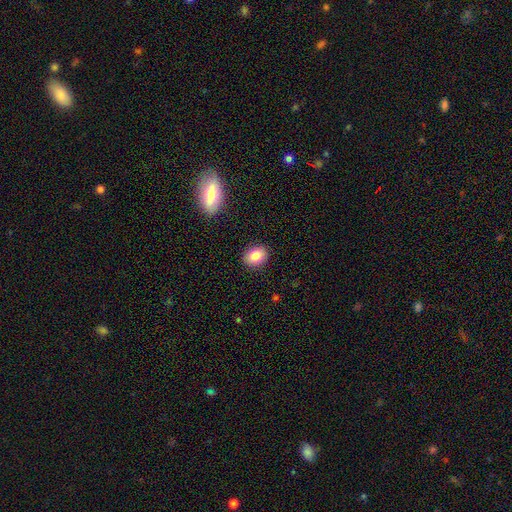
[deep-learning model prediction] Smooth or featured? Predicted: smooth (p=0.83). How rounded? Predicted: in between (p=0.58). Merging? Predicted: none (p=0.89).